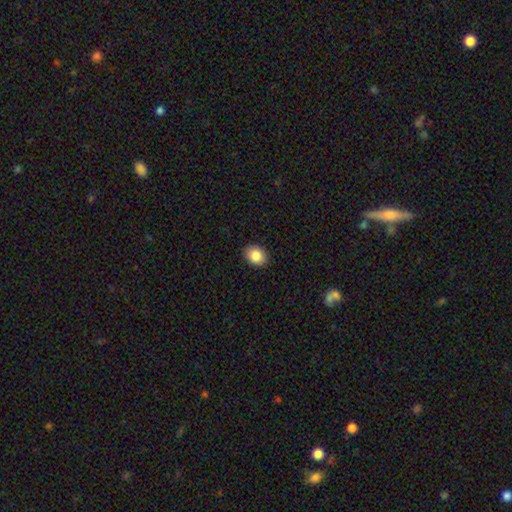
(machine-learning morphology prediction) smooth_or_featured: smooth (p=0.86) [alt: star or artifact p=0.09]
how_rounded: in between (p=0.58) [alt: round p=0.41]
merging: none (p=0.90) [alt: minor disturbance p=0.08]